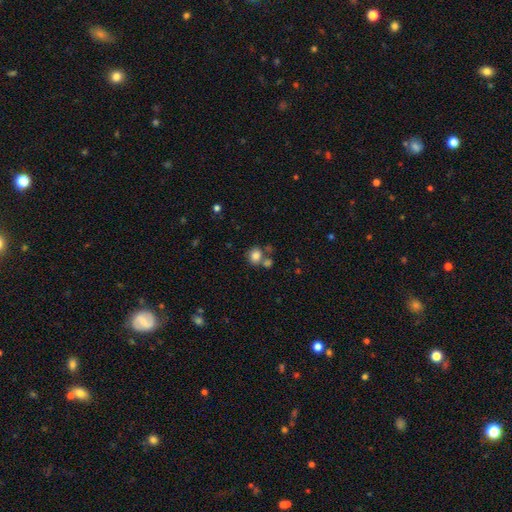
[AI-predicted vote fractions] This appears to be a smooth galaxy with no disk features (81%) that is round (67%). Merging: none (56%).